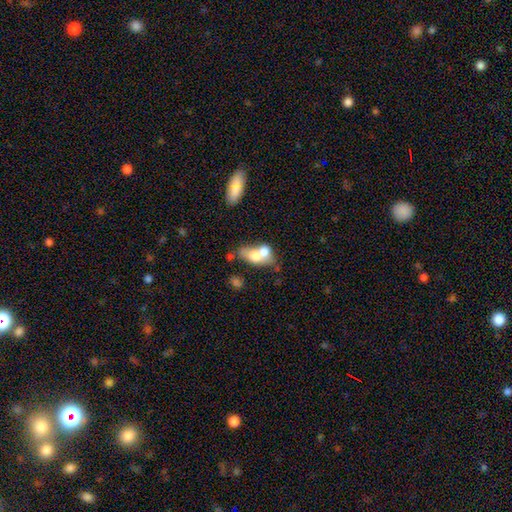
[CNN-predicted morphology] Q: Smooth or featured?
A: smooth (65%); runner-up: featured or disk (27%)
Q: How rounded?
A: in between (71%); runner-up: round (24%)
Q: Merging?
A: merger (68%); runner-up: none (18%)